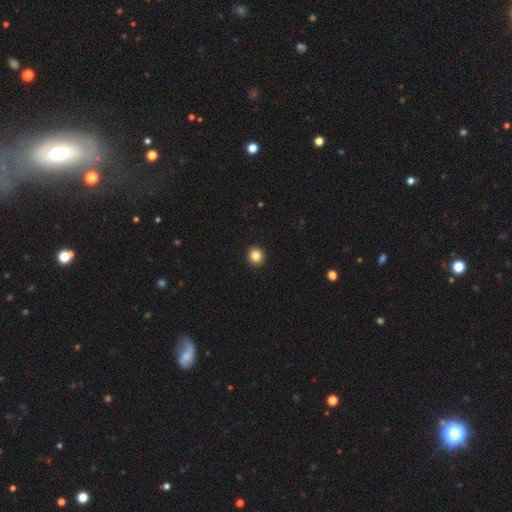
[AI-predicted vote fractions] smooth 85%, star or artifact 10%, featured or disk 5%. Down the decision tree: how rounded — round (92%); merging — none (94%).